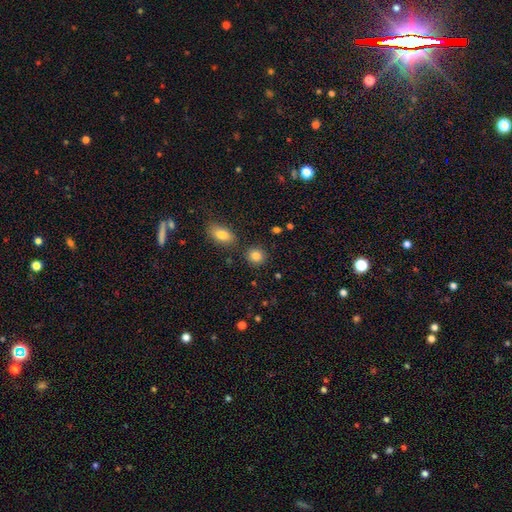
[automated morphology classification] smooth-or-featured: smooth: 86% | star or artifact: 9% | featured or disk: 5%
  how-rounded: round: 82% | in between: 17% | cigar-shaped: 1%
  merging: none: 84% | minor disturbance: 8% | merger: 5% | major disturbance: 3%